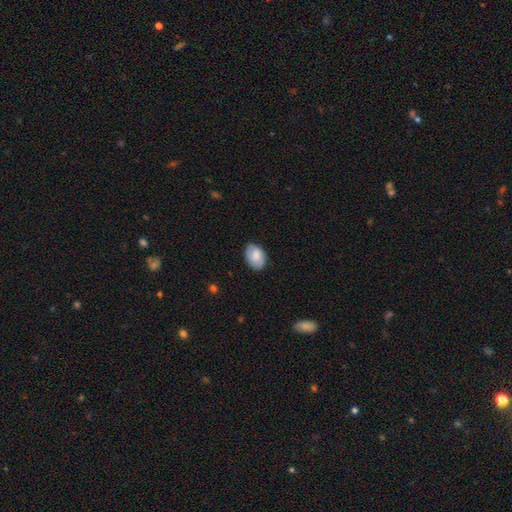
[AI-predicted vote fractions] Smooth or featured? Predicted: smooth (p=0.80). How rounded? Predicted: in between (p=0.85). Merging? Predicted: none (p=0.81).